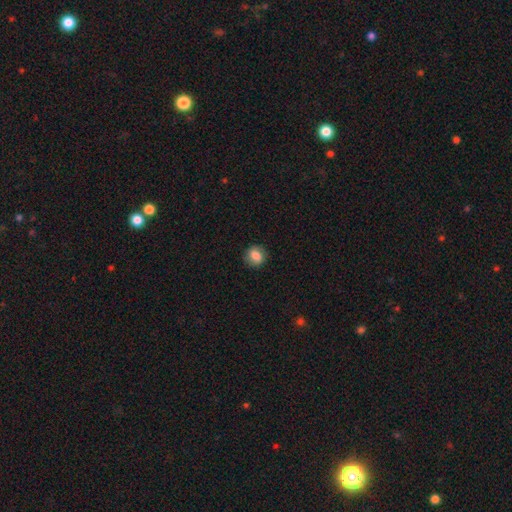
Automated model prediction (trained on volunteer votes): This is likely a smooth galaxy (78%). How rounded: likely round (72%). Merging: clearly none (84%).